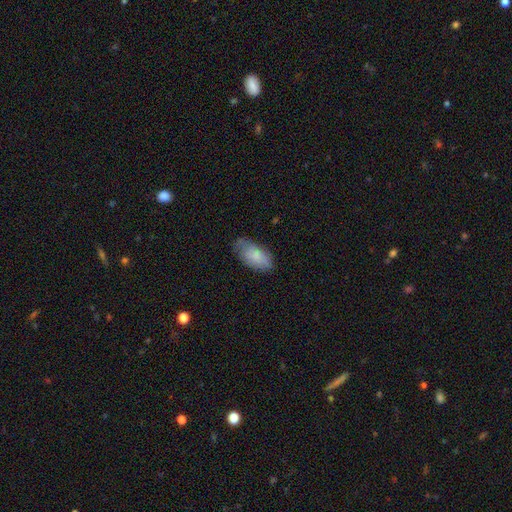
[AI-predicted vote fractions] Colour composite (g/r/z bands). It shows a smooth galaxy with no disk features (80%) that is in between round and cigar-shaped (93%). Merging: none (64%).